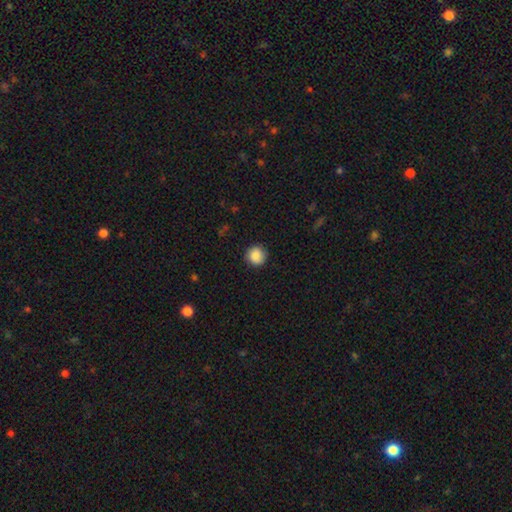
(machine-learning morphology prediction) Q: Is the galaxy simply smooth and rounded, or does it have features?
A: smooth — 88%.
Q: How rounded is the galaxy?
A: round — 93%.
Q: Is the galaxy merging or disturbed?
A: none — 89%.